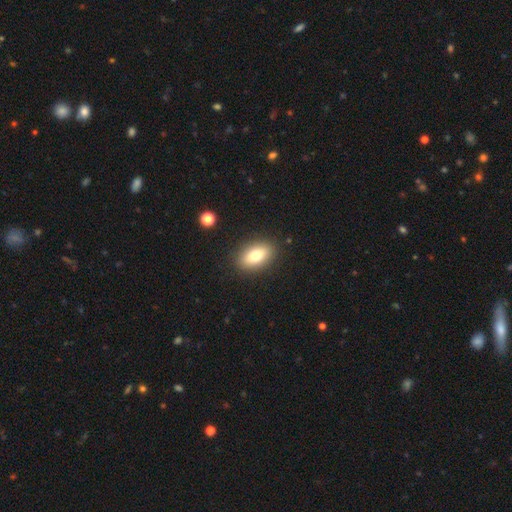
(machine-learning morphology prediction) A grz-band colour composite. It shows a smooth galaxy with no disk features (75%) that is in between round and cigar-shaped (88%). Merging: none (88%).